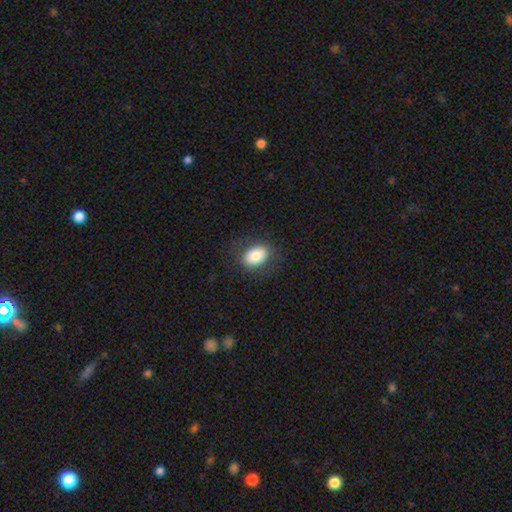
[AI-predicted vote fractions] A smooth galaxy with no disk features (79%) that is in between round and cigar-shaped (77%). Merging: none (82%).